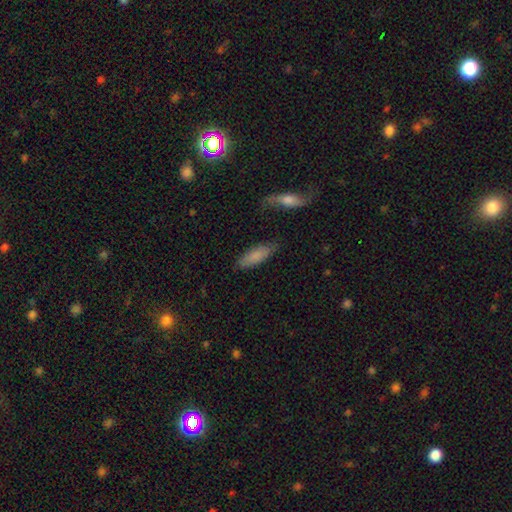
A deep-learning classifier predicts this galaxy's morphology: A smooth galaxy with no disk features (82%) that is in between round and cigar-shaped (62%).

Vote fractions:
- Smooth or featured? smooth: 82% / featured or disk: 12% / star or artifact: 6%
- How rounded? in between: 62% / cigar-shaped: 36% / round: 2%
- Merging? none: 79% / minor disturbance: 15% / major disturbance: 3% / merger: 3%